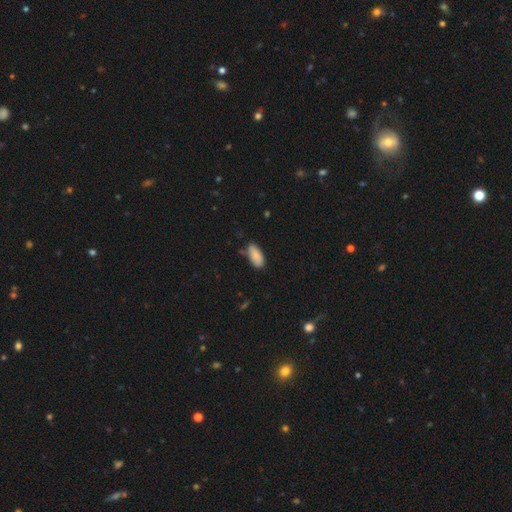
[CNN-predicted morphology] Smooth or featured? smooth (87%)
How rounded? in between (89%)
Merging? none (72%)